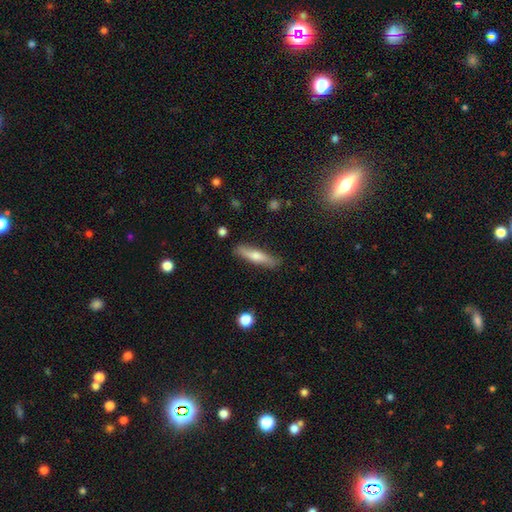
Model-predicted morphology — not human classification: type=smooth (58%); roundness=cigar-shaped (83%); merging=none (85%).